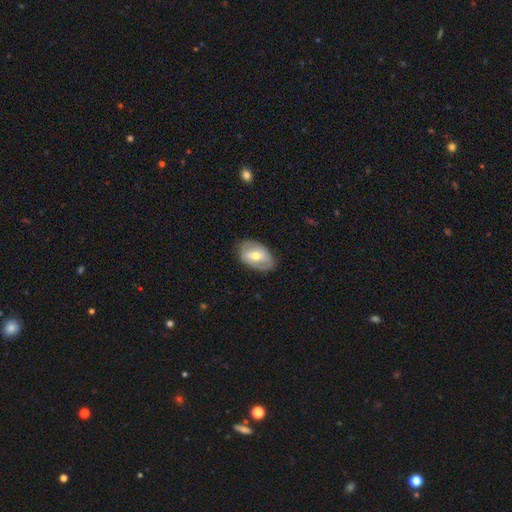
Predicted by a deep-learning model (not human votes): Smooth or featured? featured or disk (51%)
Edge-on disk? no (92%)
Merging? none (74%)